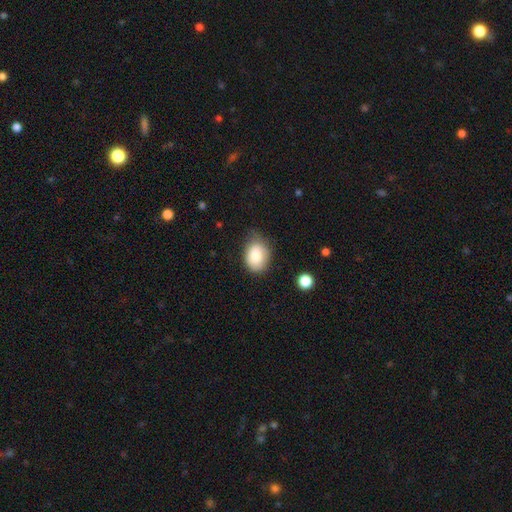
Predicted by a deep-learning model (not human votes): A smooth galaxy with no disk features (83%) that is in between round and cigar-shaped (65%). Merging: none (57%).